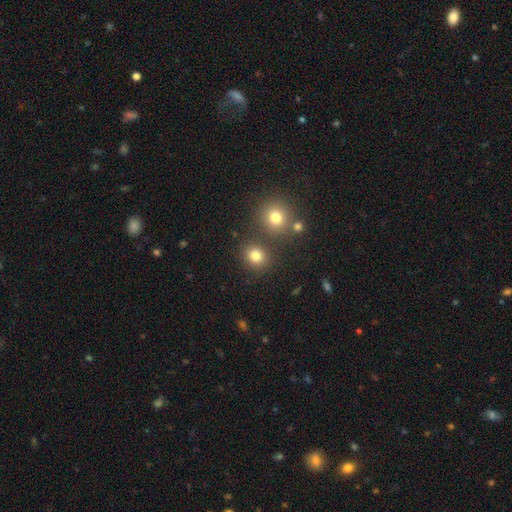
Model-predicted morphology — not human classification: Smooth or featured?
  - smooth: 80% *
  - star or artifact: 15%
  - featured or disk: 6%
How rounded?
  - round: 80% *
  - in between: 19%
  - cigar-shaped: 1%
Merging?
  - none: 80% *
  - merger: 9%
  - minor disturbance: 8%
  - major disturbance: 3%